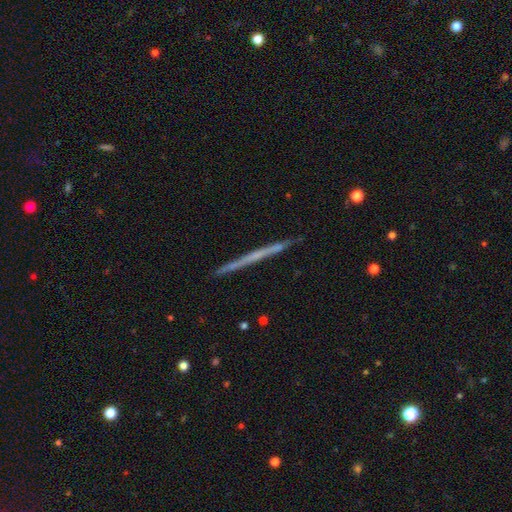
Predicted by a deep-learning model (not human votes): Smooth or featured?
  - featured or disk: 56% *
  - smooth: 38%
  - star or artifact: 6%
Edge-on disk?
  - yes: 98% *
  - no: 2%
Edge-on bulge?
  - none: 93% *
  - rounded: 5%
  - boxy: 3%
Merging?
  - none: 91% *
  - minor disturbance: 7%
  - major disturbance: 1%
  - merger: 1%